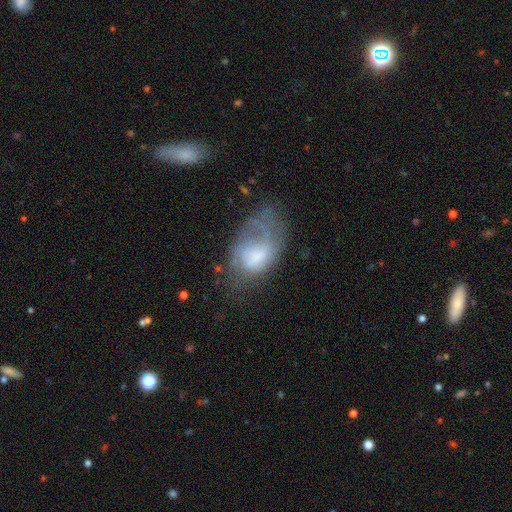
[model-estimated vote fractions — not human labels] Overall: featured or disk (49%; smooth 41%). Merging: major disturbance (42%; none 29%).